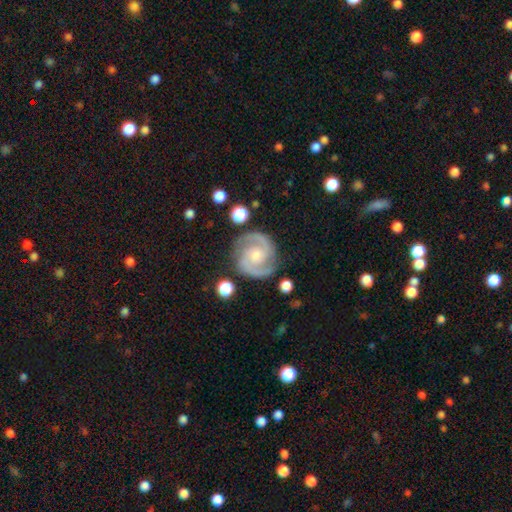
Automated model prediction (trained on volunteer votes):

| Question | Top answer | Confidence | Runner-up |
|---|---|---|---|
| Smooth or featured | featured or disk | 91% | smooth (4%) |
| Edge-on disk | no | 98% | yes (2%) |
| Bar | no | 59% | weak (32%) |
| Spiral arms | yes | 98% | no (2%) |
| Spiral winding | medium | 49% | tight (45%) |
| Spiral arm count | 2 | 92% | 3 (3%) |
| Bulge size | small | 48% | moderate (43%) |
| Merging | none | 84% | minor disturbance (11%) |